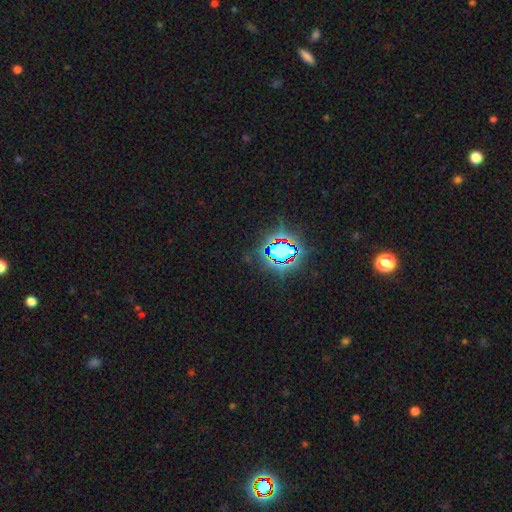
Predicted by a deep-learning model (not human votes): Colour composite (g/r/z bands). It shows a star or artifact, not a galaxy (80%).